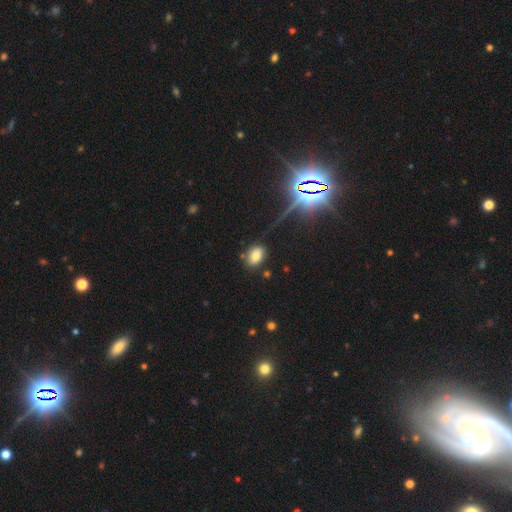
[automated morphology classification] Smooth or featured? smooth (74%)
How rounded? in between (79%)
Merging? none (78%)